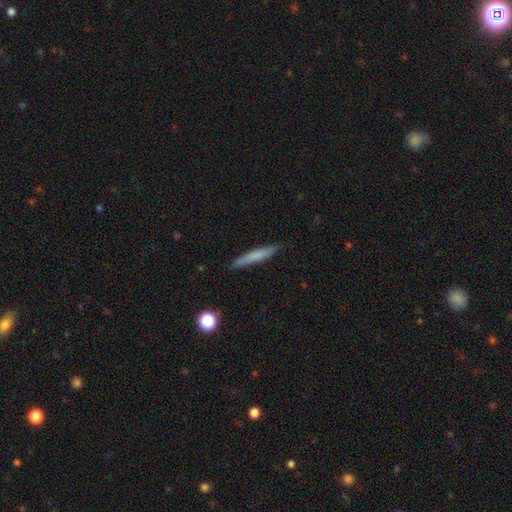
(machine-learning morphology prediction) The model was most divided on "smooth or featured": smooth: 70%, featured or disk: 24%, star or artifact: 6%. More confident: how rounded — cigar-shaped (94%); merging — none (88%).